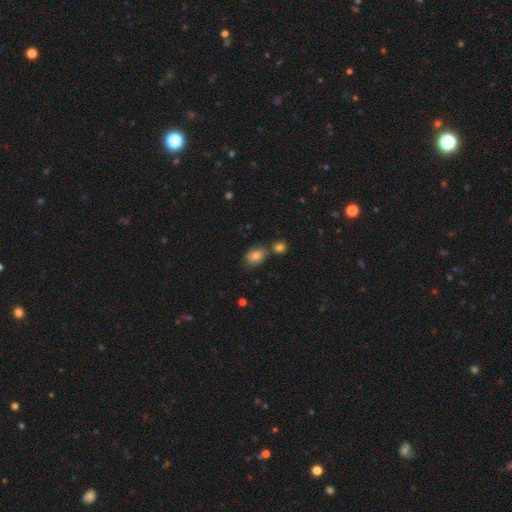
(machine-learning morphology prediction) This is likely a smooth galaxy (79%). How rounded: likely in between (77%). Merging: possibly none (60%).